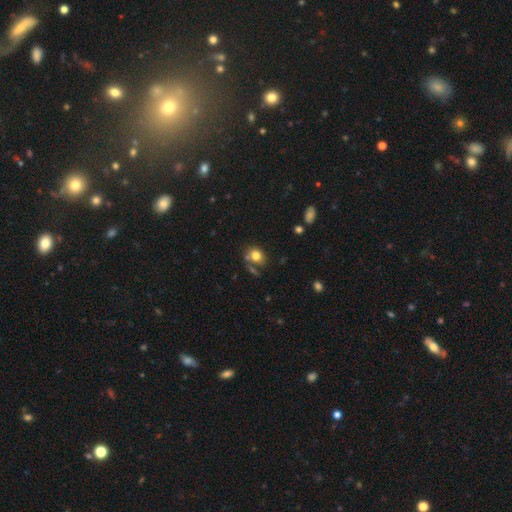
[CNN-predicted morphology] smooth 78%, star or artifact 11%, featured or disk 11%. Down the decision tree: how rounded — round (58%); merging — none (57%).